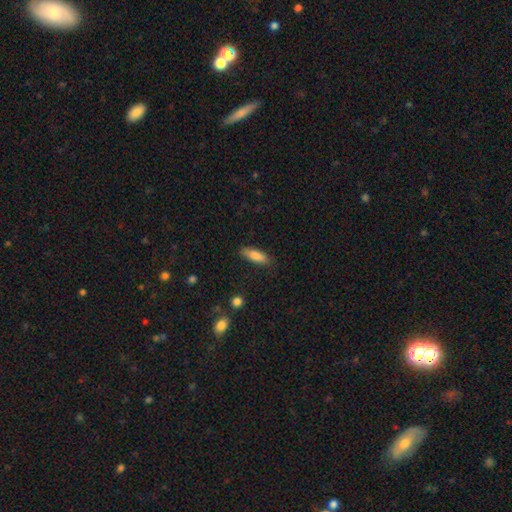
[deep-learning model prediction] A smooth galaxy with no disk features (83%) that is in between round and cigar-shaped (51%). Merging: none (83%).